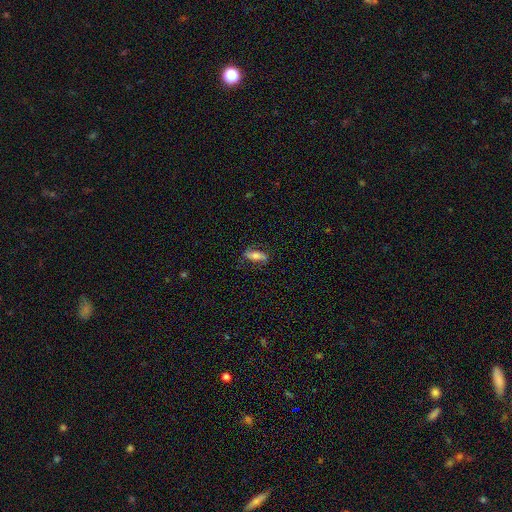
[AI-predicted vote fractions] Smooth or featured?
  - smooth: 61% *
  - featured or disk: 32%
  - star or artifact: 7%
How rounded?
  - in between: 58% *
  - cigar-shaped: 39%
  - round: 3%
Merging?
  - none: 78% *
  - minor disturbance: 16%
  - major disturbance: 4%
  - merger: 1%